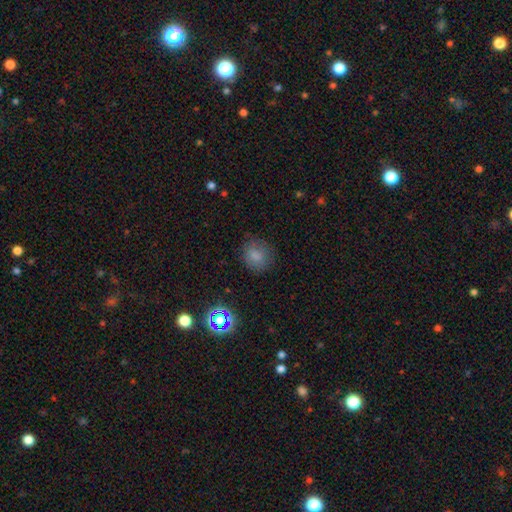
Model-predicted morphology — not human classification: Q: Smooth or featured?
A: smooth (79%); runner-up: star or artifact (13%)
Q: How rounded?
A: round (71%); runner-up: in between (28%)
Q: Merging?
A: none (78%); runner-up: minor disturbance (15%)